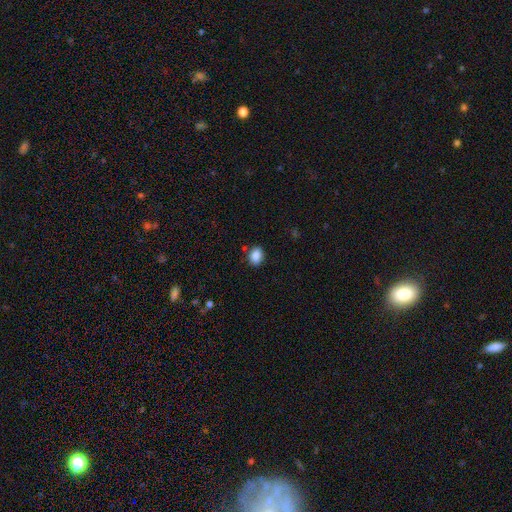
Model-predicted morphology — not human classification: smooth 87%, star or artifact 9%, featured or disk 4%. Down the decision tree: how rounded — in between (62%); merging — none (83%).